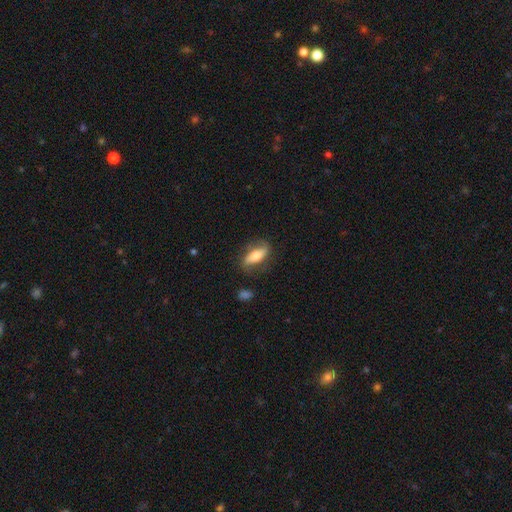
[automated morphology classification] Smooth or featured: smooth — 58% (featured or disk — 36%)
How rounded: in between — 66% (cigar-shaped — 30%)
Merging: none — 75% (minor disturbance — 17%)